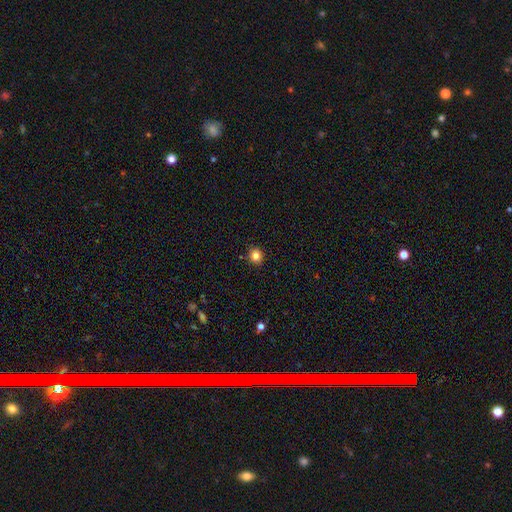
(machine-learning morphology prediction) smooth 82%, star or artifact 12%, featured or disk 5%. Down the decision tree: how rounded — round (88%); merging — none (90%).